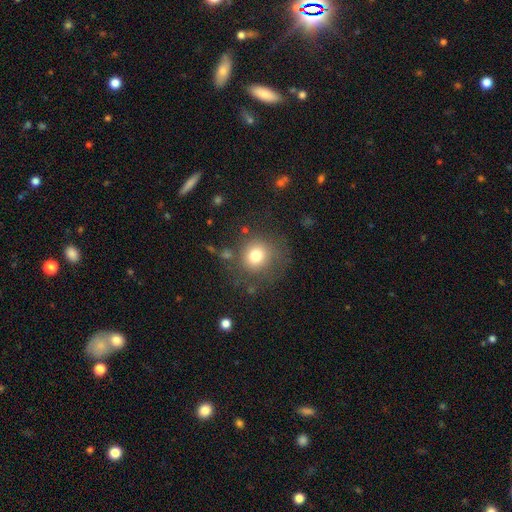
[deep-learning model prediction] This appears to be a smooth galaxy with no disk features (76%) that is round (89%). Merging: none (74%).